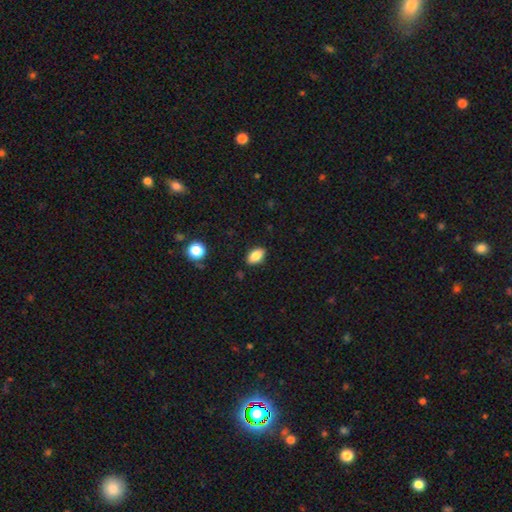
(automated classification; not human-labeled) This is clearly a smooth galaxy (84%). How rounded: clearly in between (89%). Merging: clearly none (87%).